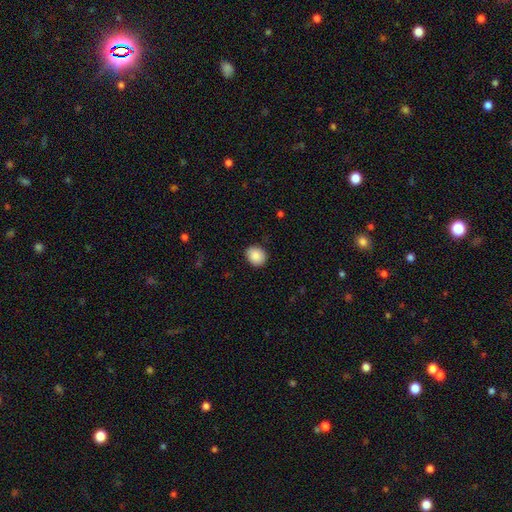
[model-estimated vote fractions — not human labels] This is clearly a smooth galaxy (89%). How rounded: likely round (70%). Merging: clearly none (88%).